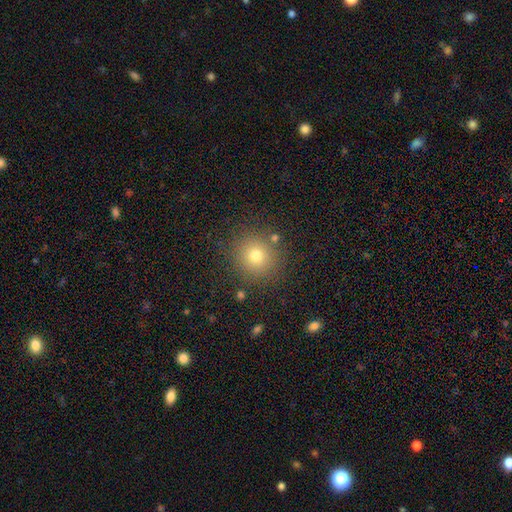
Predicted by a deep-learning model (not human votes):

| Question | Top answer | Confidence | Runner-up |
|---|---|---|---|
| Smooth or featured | smooth | 74% | star or artifact (16%) |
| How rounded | round | 92% | in between (7%) |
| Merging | none | 86% | minor disturbance (8%) |